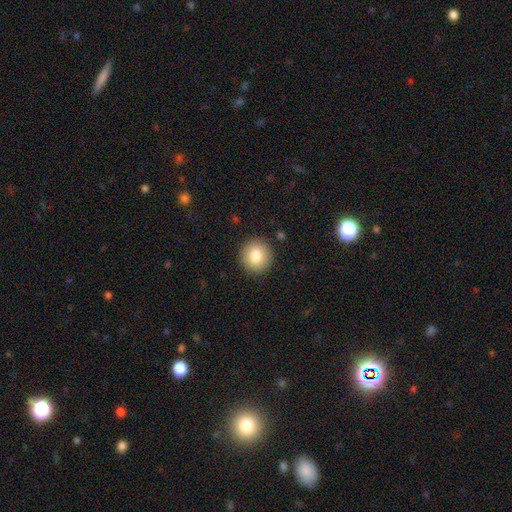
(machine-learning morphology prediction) The model was most divided on "smooth or featured": smooth: 82%, featured or disk: 10%, star or artifact: 8%. More confident: how rounded — round (93%); merging — none (90%).